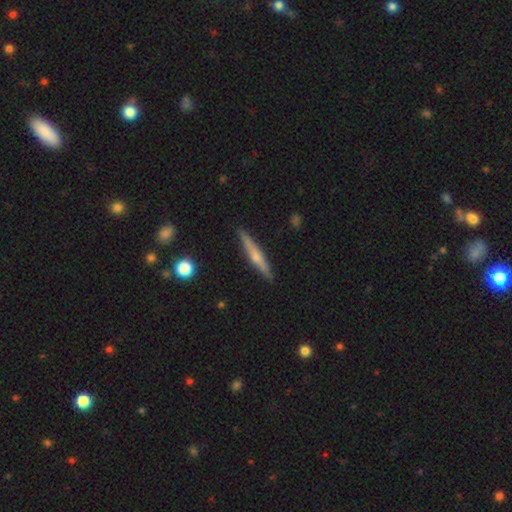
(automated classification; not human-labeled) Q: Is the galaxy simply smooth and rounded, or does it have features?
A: featured or disk — 58%.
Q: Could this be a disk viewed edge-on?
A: yes — 97%.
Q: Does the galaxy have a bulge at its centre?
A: rounded — 74%.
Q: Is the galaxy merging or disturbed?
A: none — 90%.